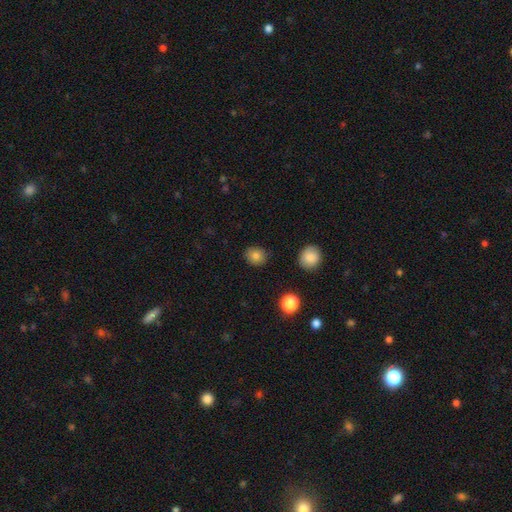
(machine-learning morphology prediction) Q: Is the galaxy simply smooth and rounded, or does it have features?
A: smooth — 82%.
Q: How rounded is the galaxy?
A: round — 78%.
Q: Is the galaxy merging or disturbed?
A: none — 87%.